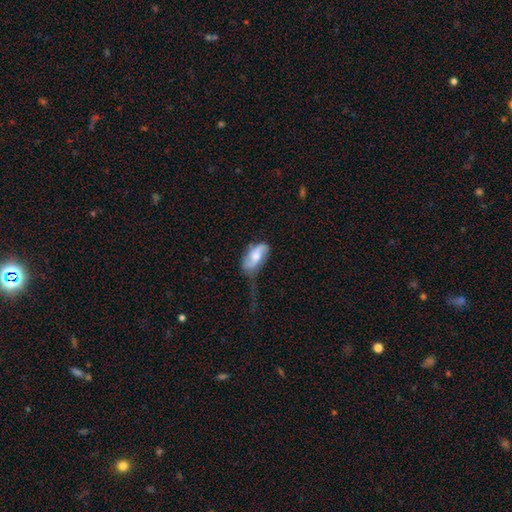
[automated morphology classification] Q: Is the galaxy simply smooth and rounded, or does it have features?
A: featured or disk — 58%.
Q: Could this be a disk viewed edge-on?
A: no — 93%.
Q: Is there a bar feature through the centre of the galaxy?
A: no — 56%.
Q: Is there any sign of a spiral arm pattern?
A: yes — 87%.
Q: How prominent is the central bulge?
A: moderate — 57%.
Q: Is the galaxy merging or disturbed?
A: none — 37%.